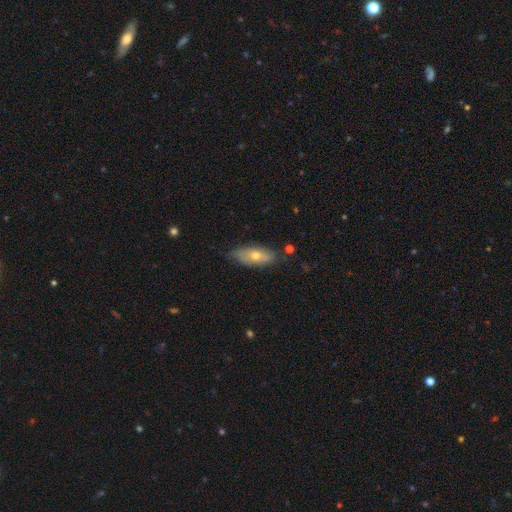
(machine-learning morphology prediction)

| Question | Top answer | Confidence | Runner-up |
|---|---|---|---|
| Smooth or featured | smooth | 52% | featured or disk (41%) |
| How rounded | in between | 76% | cigar-shaped (21%) |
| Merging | none | 71% | minor disturbance (23%) |